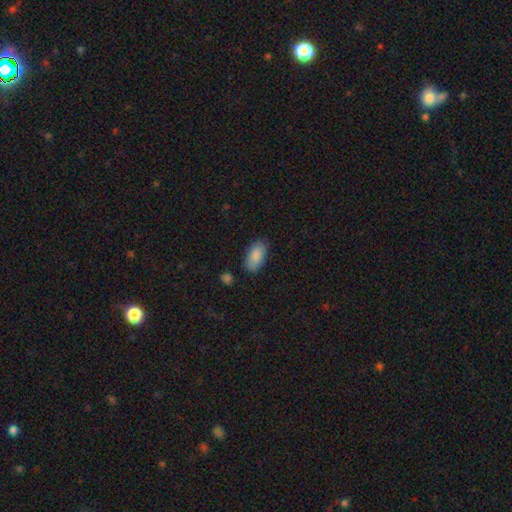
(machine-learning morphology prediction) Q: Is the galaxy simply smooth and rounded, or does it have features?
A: smooth — 87%.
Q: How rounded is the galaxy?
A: in between — 93%.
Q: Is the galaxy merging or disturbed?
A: none — 80%.